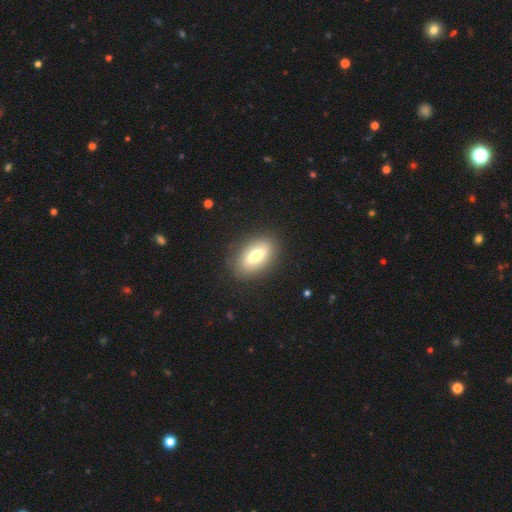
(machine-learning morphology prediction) A smooth galaxy with no disk features (63%) that is in between round and cigar-shaped (84%). Merging: none (86%).